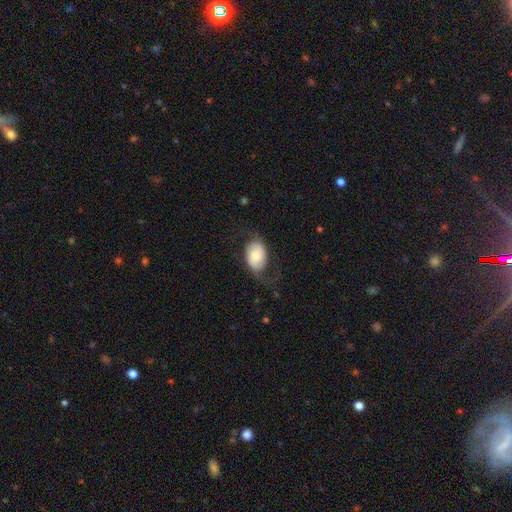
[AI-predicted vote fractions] This is possibly a smooth galaxy (54%). How rounded: clearly in between (83%). Merging: possibly none (56%).